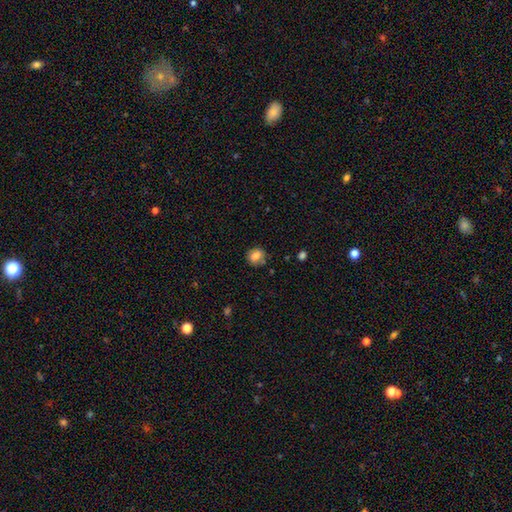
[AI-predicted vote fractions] This appears to be a smooth galaxy with no disk features (80%) that is round (79%). Merging: none (80%).